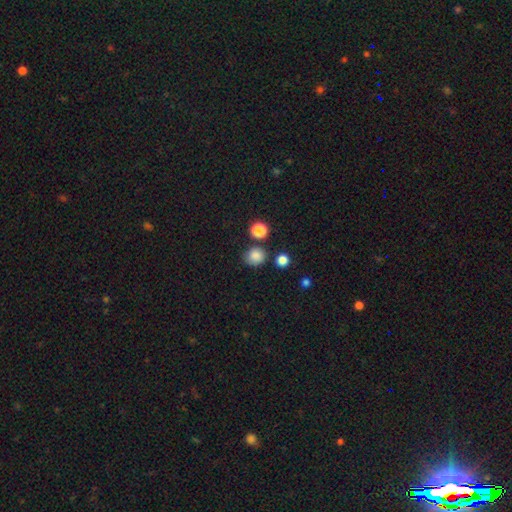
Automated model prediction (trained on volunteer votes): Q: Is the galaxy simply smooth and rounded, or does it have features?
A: smooth — 82%.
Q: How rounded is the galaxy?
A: round — 76%.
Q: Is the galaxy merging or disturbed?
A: none — 73%.